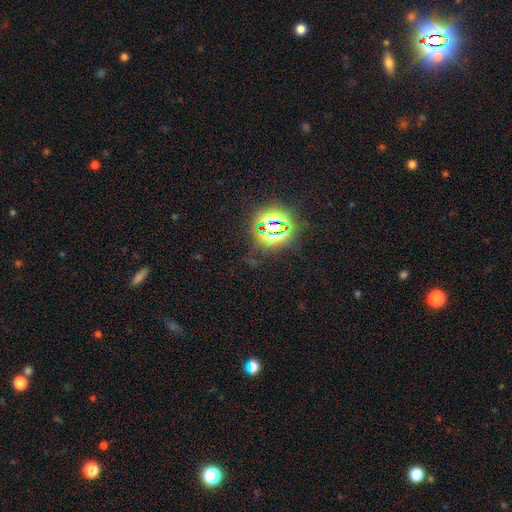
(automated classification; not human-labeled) Smooth or featured: star or artifact — 81% (smooth — 12%)